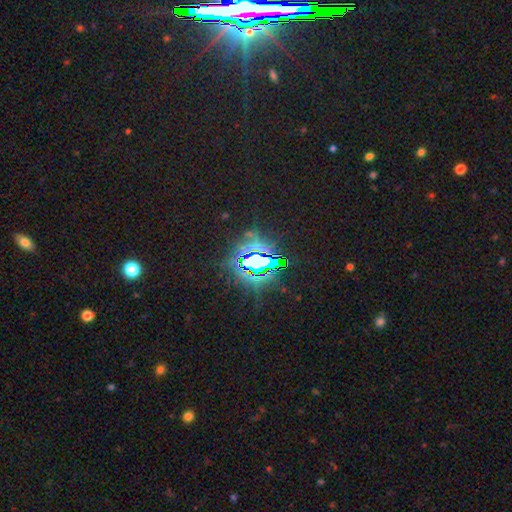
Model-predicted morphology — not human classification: Smooth or featured: star or artifact — 84% (smooth — 9%)